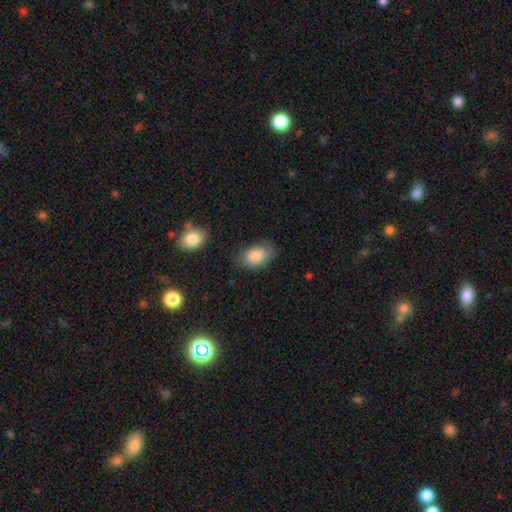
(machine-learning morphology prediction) smooth 84%, featured or disk 9%, star or artifact 7%. Down the decision tree: how rounded — in between (89%); merging — none (71%).